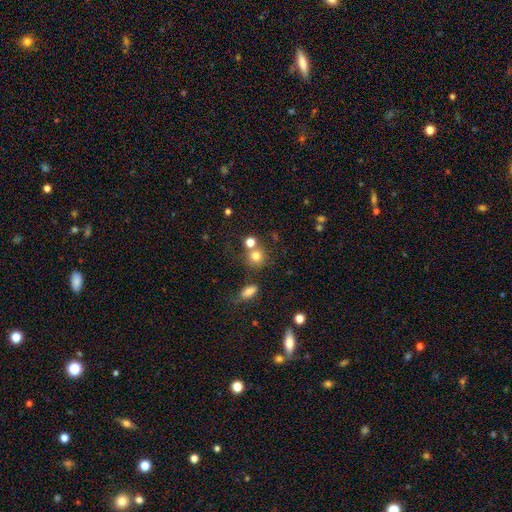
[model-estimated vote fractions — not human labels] Morphology: type=smooth (77%); roundness=round (84%); merging=none (59%).